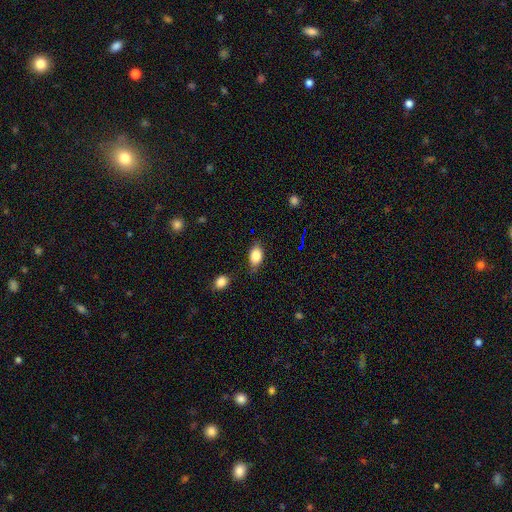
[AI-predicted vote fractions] smooth-or-featured: smooth: 84% | featured or disk: 8% | star or artifact: 8%
  how-rounded: in between: 87% | round: 10% | cigar-shaped: 3%
  merging: none: 74% | minor disturbance: 20% | major disturbance: 4% | merger: 3%